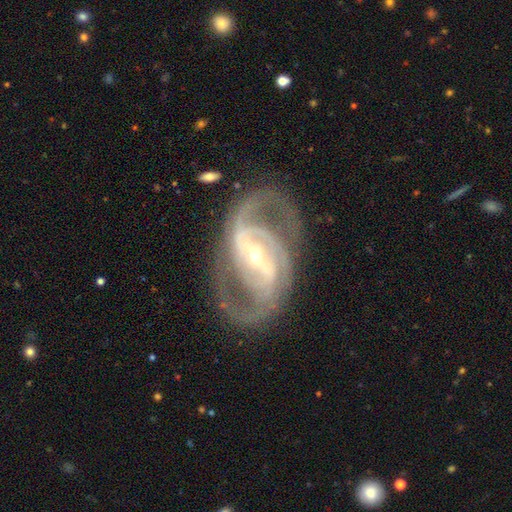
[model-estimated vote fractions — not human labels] A featured or disk galaxy (91%) with a strong bar (53%), 2 (72%) medium (55%) spiral arms (97%) and a small central bulge (70%). Merging: none (72%).